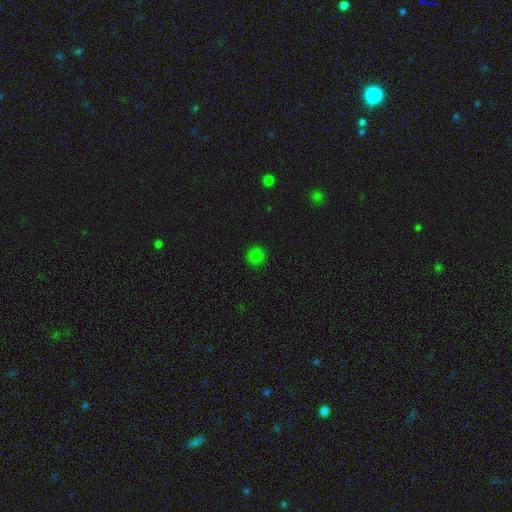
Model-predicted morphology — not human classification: Smooth or featured? smooth (78%)
How rounded? round (91%)
Merging? none (88%)